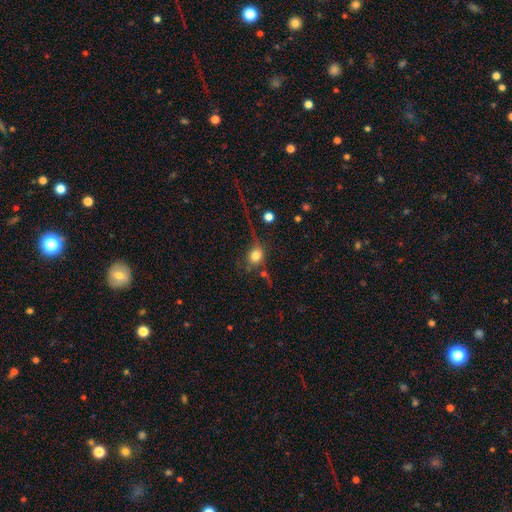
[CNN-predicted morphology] smooth-or-featured: smooth: 71% | featured or disk: 15% | star or artifact: 14%
  how-rounded: round: 72% | in between: 26% | cigar-shaped: 2%
  merging: none: 46% | major disturbance: 25% | minor disturbance: 18% | merger: 11%